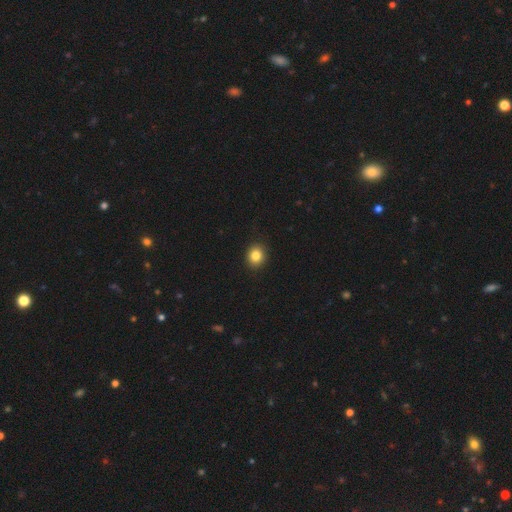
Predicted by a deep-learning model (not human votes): Smooth or featured: smooth — 84% (star or artifact — 10%)
How rounded: round — 75% (in between — 24%)
Merging: none — 91% (minor disturbance — 6%)